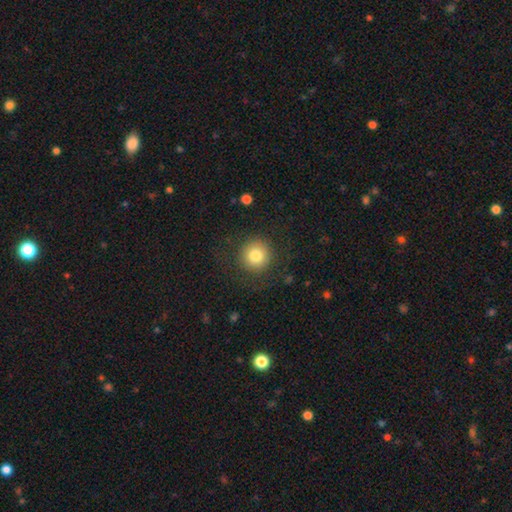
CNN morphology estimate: The model was most divided on "smooth or featured": smooth: 80%, star or artifact: 10%, featured or disk: 10%. More confident: how rounded — round (94%); merging — none (85%).